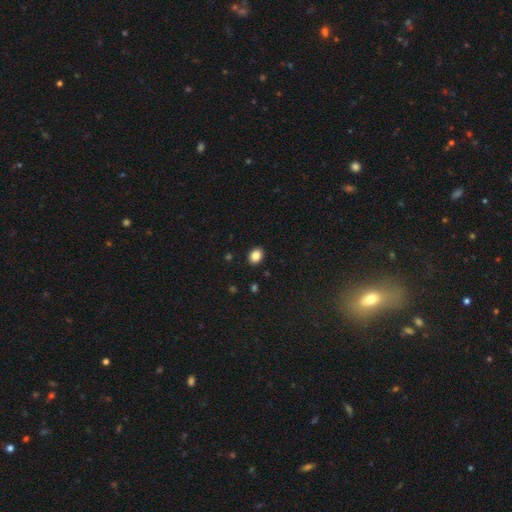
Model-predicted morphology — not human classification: Overall: smooth (86%). How rounded: in between (54%; round 45%). Merging: none (90%).